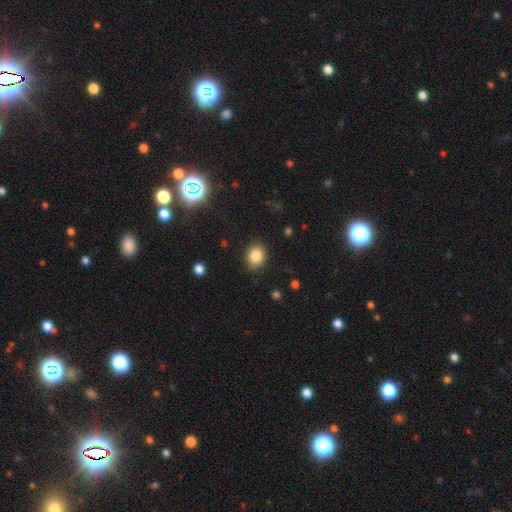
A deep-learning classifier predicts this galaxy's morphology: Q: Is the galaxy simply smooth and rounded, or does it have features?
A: smooth — 84%.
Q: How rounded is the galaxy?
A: round — 54%.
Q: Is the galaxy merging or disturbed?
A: none — 86%.